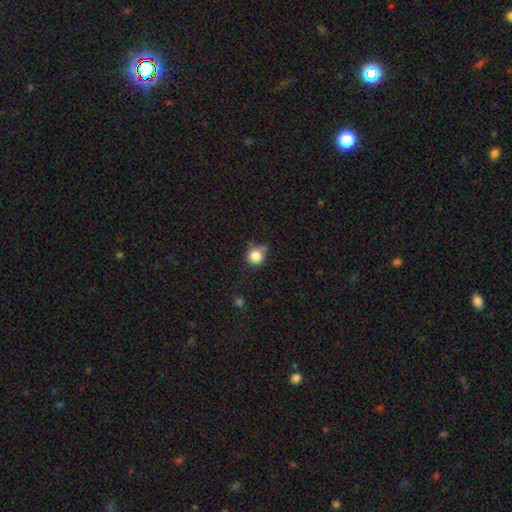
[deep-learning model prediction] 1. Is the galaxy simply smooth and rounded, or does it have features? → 83% smooth, 11% star or artifact, 6% featured or disk.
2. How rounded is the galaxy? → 89% round, 10% in between, 1% cigar-shaped.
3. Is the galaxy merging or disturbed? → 63% none, 26% minor disturbance, 6% major disturbance, 5% merger.